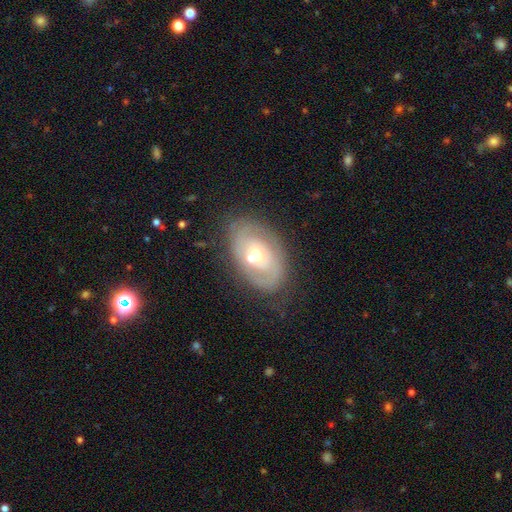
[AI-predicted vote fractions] Smooth or featured? featured or disk (64%)
Edge-on disk? no (94%)
Bar? no (80%)
Spiral arms? no (55%)
Bulge size? moderate (54%)
Merging? none (55%)